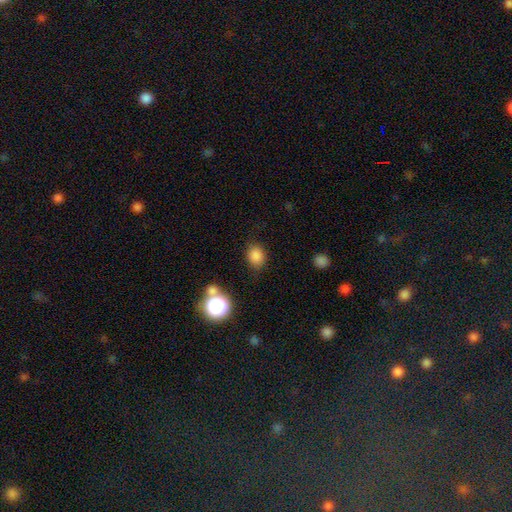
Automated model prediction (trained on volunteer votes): smooth-or-featured: smooth: 83% | star or artifact: 13% | featured or disk: 5%
  how-rounded: round: 57% | in between: 42% | cigar-shaped: 1%
  merging: none: 79% | minor disturbance: 12% | merger: 4% | major disturbance: 4%